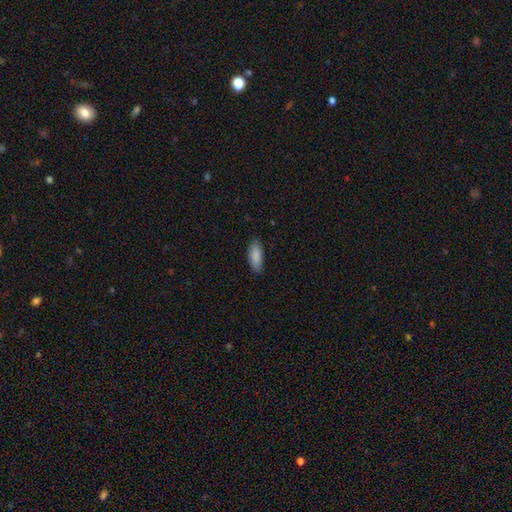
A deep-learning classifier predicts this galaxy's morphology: smooth 89%, star or artifact 6%, featured or disk 5%. Down the decision tree: how rounded — in between (77%); merging — none (86%).